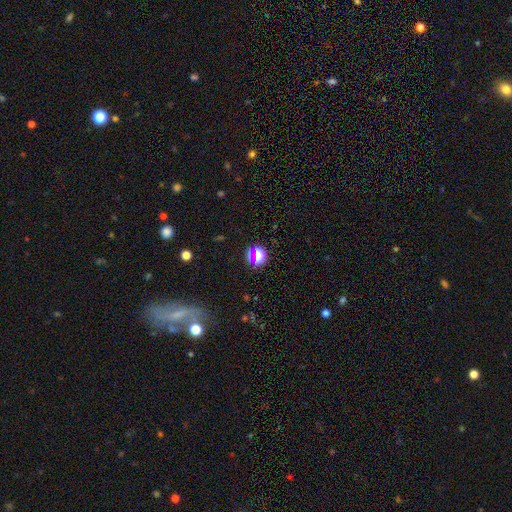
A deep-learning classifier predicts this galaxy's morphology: The model was most divided on "smooth or featured": star or artifact: 49%, smooth: 42%, featured or disk: 9%.